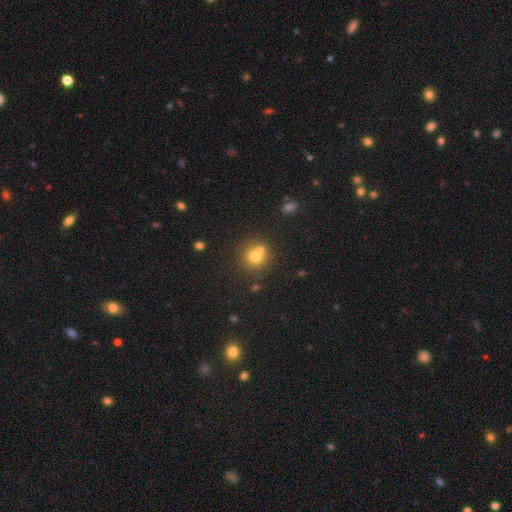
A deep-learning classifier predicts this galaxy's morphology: Smooth or featured: smooth — 72% (star or artifact — 15%)
How rounded: round — 89% (in between — 10%)
Merging: none — 59% (merger — 29%)